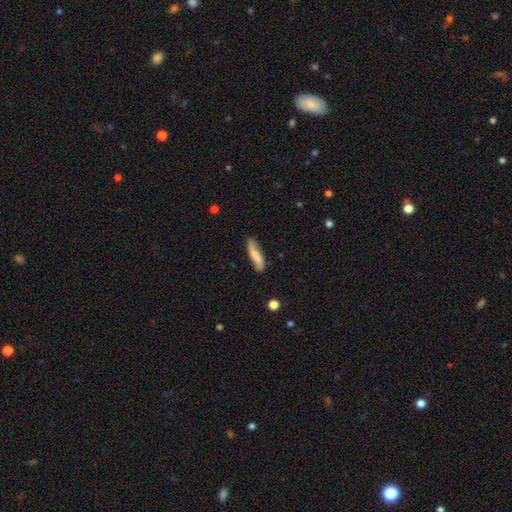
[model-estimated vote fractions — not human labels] This appears to be a smooth galaxy with no disk features (62%) that is cigar-shaped (75%). Merging: none (76%).